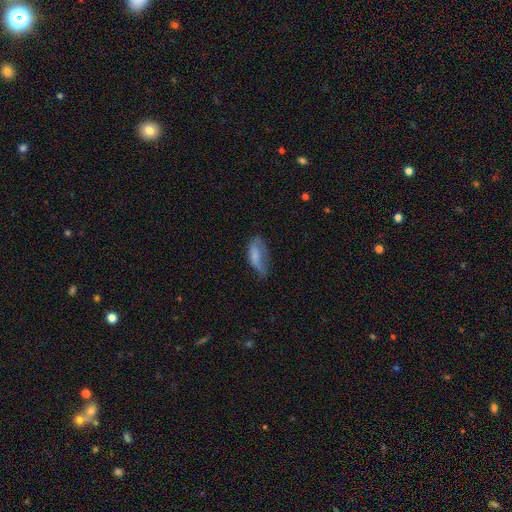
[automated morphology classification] The model was most divided on "merging": none: 38%, minor disturbance: 37%, major disturbance: 23%, merger: 3%. More confident: how rounded — in between (80%); smooth or featured — smooth (69%).